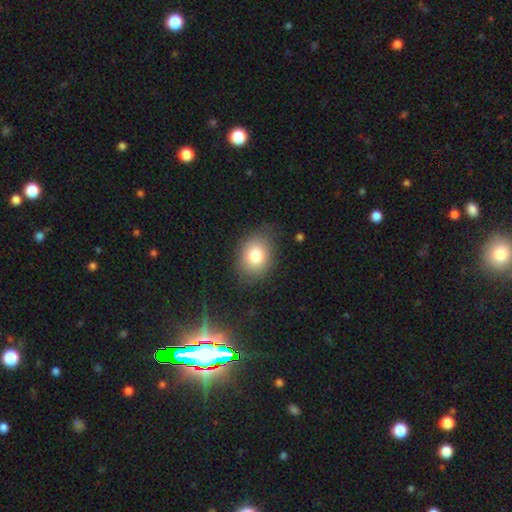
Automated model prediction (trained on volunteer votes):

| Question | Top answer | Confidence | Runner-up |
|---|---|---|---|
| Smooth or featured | smooth | 79% | featured or disk (11%) |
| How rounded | in between | 57% | round (42%) |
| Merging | none | 79% | minor disturbance (15%) |